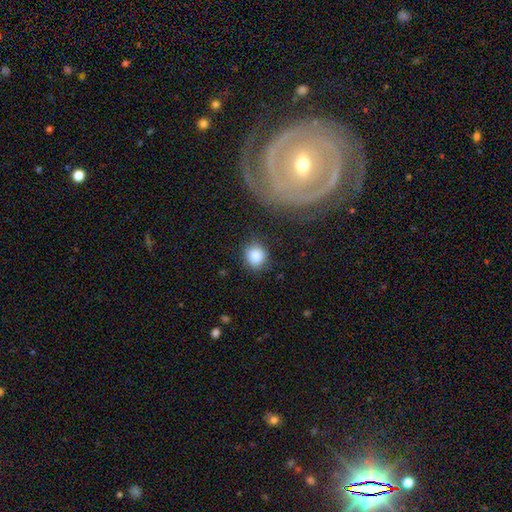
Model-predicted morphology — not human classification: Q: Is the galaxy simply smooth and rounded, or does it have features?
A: smooth — 86%.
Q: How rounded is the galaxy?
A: round — 78%.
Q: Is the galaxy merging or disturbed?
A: none — 77%.